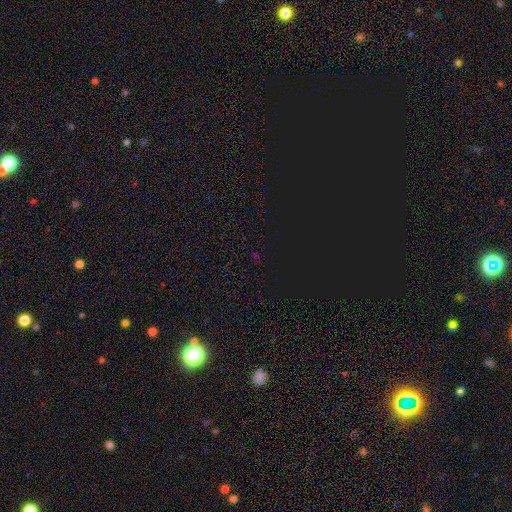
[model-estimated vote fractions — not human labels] Overall: star or artifact (75%).